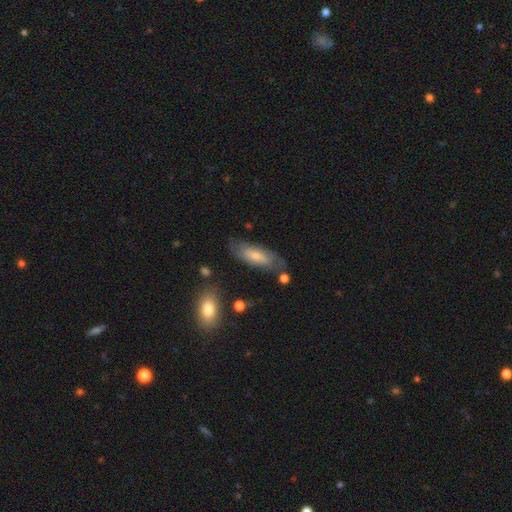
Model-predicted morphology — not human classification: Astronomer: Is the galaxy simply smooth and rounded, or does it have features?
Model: smooth — 58% (runner-up: featured or disk, 35%).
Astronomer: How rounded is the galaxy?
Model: in between — 66%.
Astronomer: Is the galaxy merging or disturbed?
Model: none — 70%.